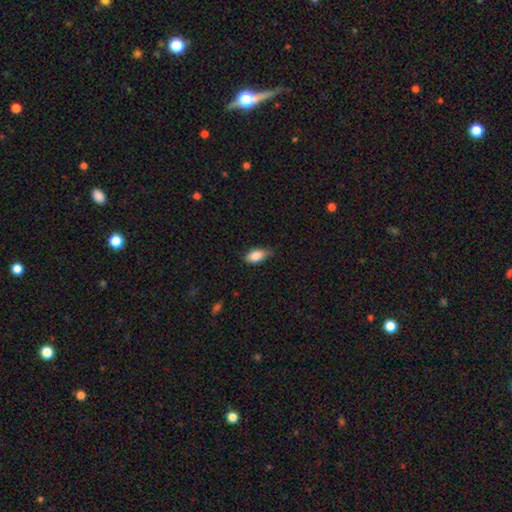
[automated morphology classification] smooth 85%, featured or disk 8%, star or artifact 7%. Down the decision tree: how rounded — in between (90%); merging — none (63%).